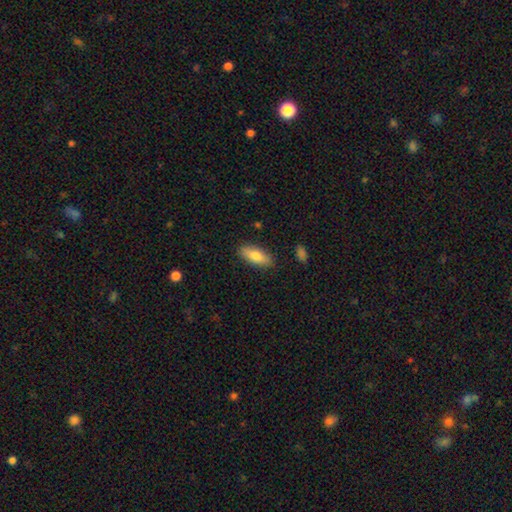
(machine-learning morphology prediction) smooth 79%, featured or disk 15%, star or artifact 6%. Down the decision tree: how rounded — in between (79%); merging — none (87%).